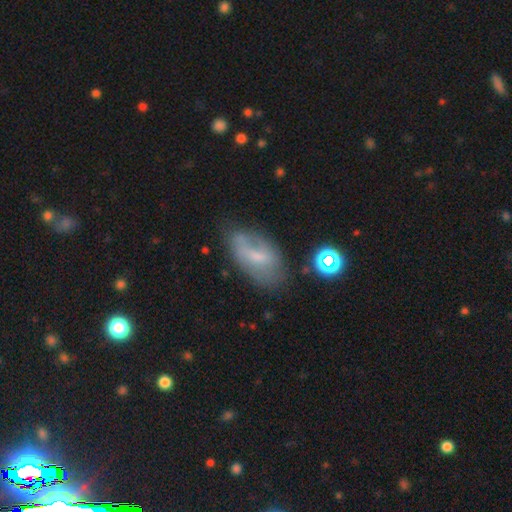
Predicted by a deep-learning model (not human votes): This appears to be a smooth galaxy with no disk features (47%). Merging: none (55%).